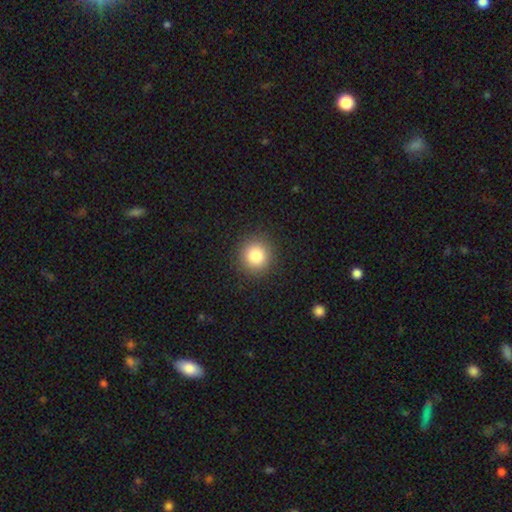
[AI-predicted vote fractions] Smooth or featured: smooth — 83% (star or artifact — 11%)
How rounded: round — 93% (in between — 7%)
Merging: none — 91% (minor disturbance — 6%)